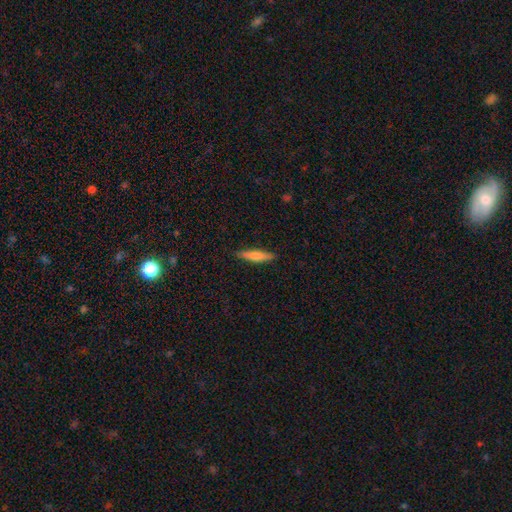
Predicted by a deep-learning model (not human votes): Smooth or featured?
  - smooth: 61% *
  - featured or disk: 33%
  - star or artifact: 6%
How rounded?
  - cigar-shaped: 84% *
  - in between: 14%
  - round: 2%
Merging?
  - none: 89% *
  - minor disturbance: 8%
  - major disturbance: 2%
  - merger: 1%